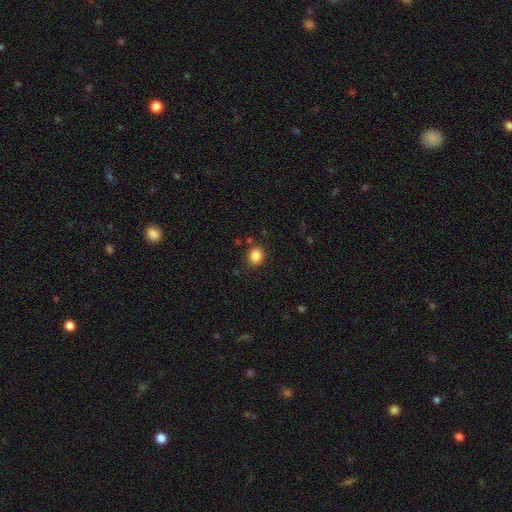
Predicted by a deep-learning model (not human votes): Smooth or featured? smooth (85%)
How rounded? round (70%)
Merging? none (86%)